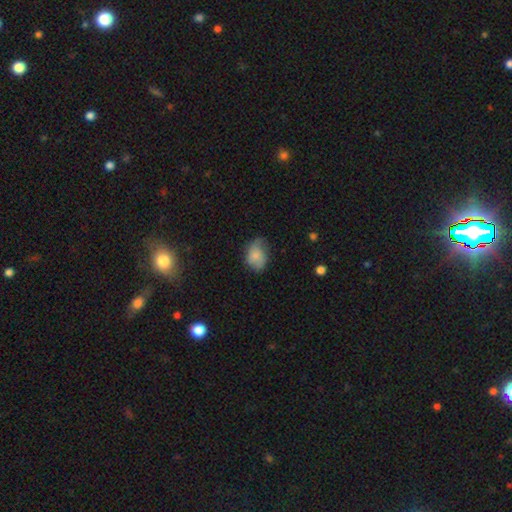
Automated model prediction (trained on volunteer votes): This appears to be a smooth galaxy with no disk features (75%) that is in between round and cigar-shaped (75%). Merging: none (55%).